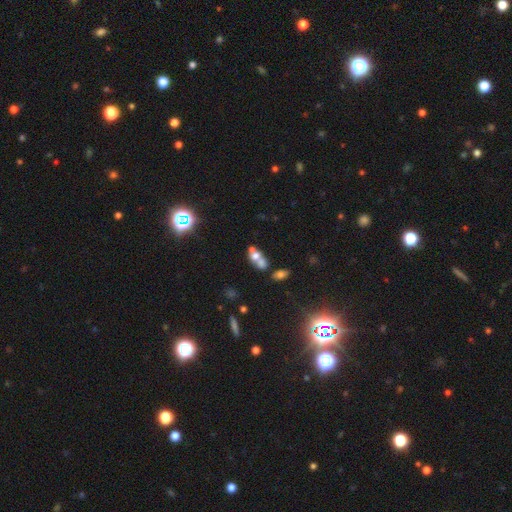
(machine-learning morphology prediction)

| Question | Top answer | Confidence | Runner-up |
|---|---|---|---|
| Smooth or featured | smooth | 58% | featured or disk (26%) |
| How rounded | in between | 60% | round (36%) |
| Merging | merger | 66% | none (22%) |